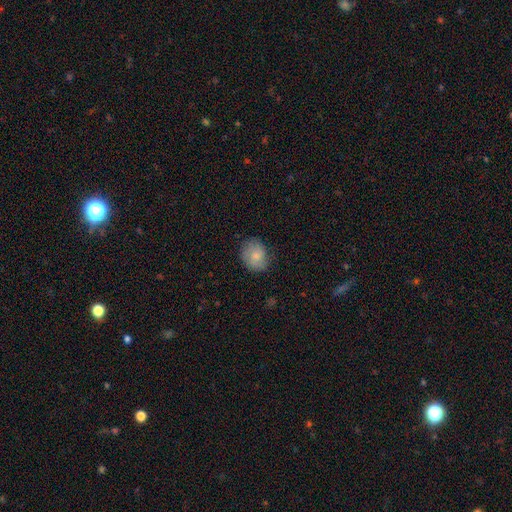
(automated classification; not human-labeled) This is likely a smooth galaxy (76%). How rounded: likely round (61%). Merging: likely none (74%).